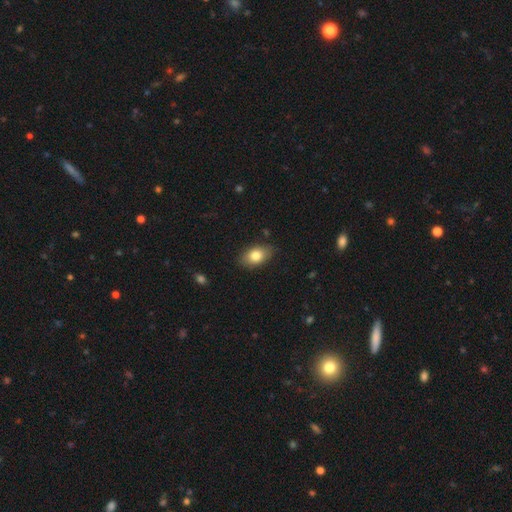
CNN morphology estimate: Smooth or featured?
  - smooth: 79% *
  - featured or disk: 13%
  - star or artifact: 8%
How rounded?
  - in between: 87% *
  - round: 11%
  - cigar-shaped: 2%
Merging?
  - none: 84% *
  - minor disturbance: 12%
  - major disturbance: 2%
  - merger: 1%